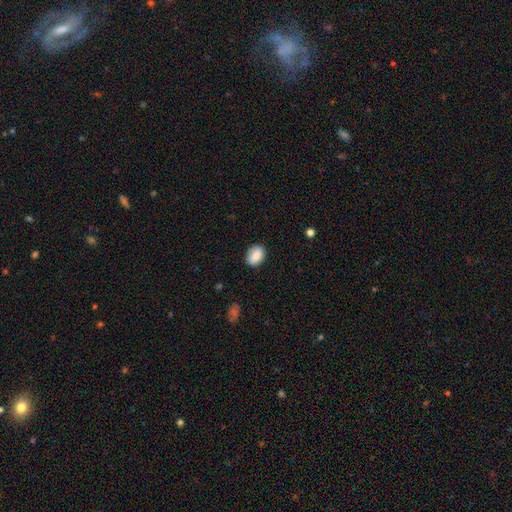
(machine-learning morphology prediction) This is clearly a smooth galaxy (87%). How rounded: likely in between (72%). Merging: clearly none (86%).